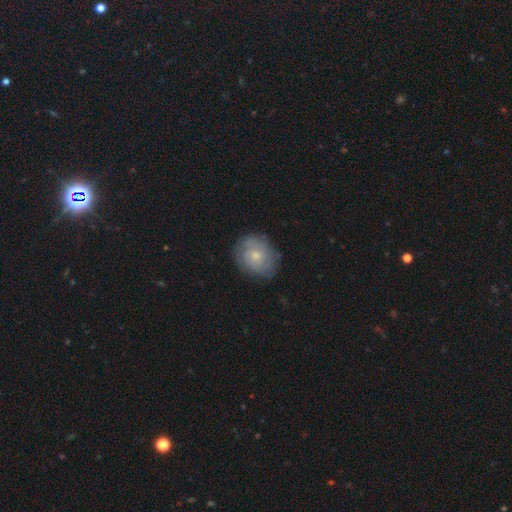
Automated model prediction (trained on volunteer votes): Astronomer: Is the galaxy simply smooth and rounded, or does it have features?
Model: smooth — 59%.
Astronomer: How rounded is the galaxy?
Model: round — 61% (runner-up: in between, 38%).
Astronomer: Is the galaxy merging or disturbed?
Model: none — 75%.